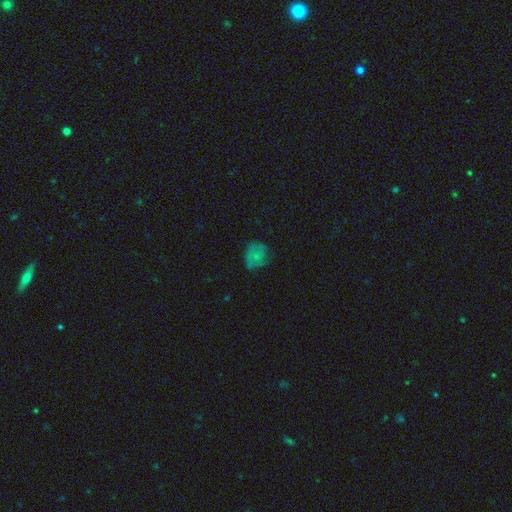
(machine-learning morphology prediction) smooth-or-featured: smooth: 66% | featured or disk: 20% | star or artifact: 14%
  how-rounded: round: 66% | in between: 33% | cigar-shaped: 1%
  merging: none: 57% | minor disturbance: 28% | major disturbance: 14% | merger: 2%